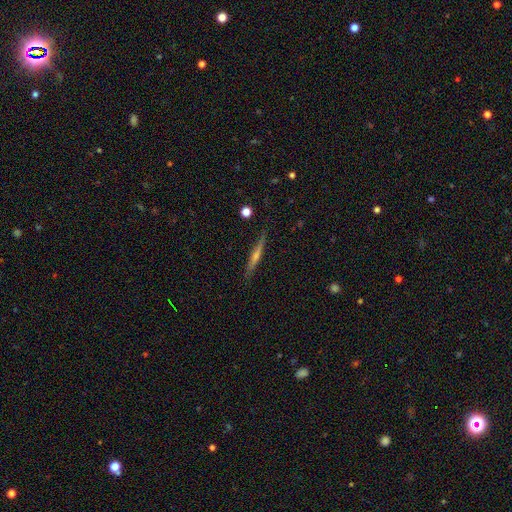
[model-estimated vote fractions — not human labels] smooth_or_featured: featured or disk (p=0.67) [alt: smooth p=0.26]
disk_edge_on: yes (p=0.97) [alt: no p=0.03]
edge_on_bulge: rounded (p=0.70) [alt: none p=0.23]
merging: none (p=0.88) [alt: minor disturbance p=0.09]